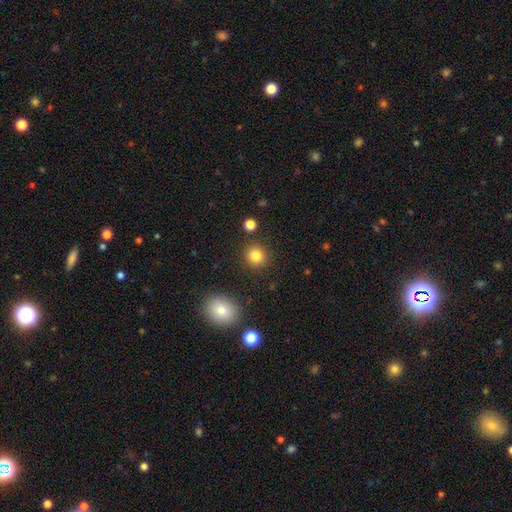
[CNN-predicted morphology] Smooth or featured: smooth — 82% (star or artifact — 12%)
How rounded: round — 89% (in between — 10%)
Merging: none — 88% (minor disturbance — 6%)